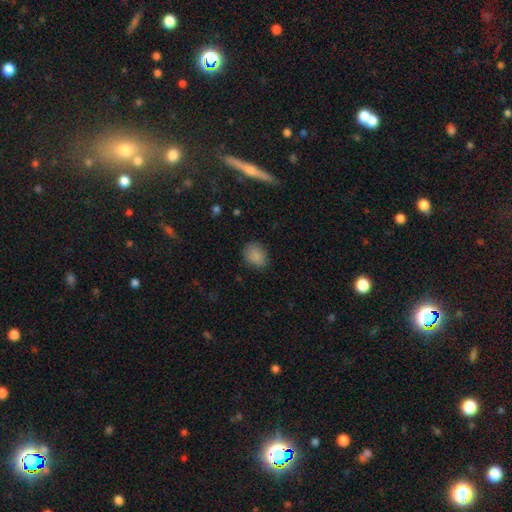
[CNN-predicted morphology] smooth-or-featured: smooth: 86% | star or artifact: 9% | featured or disk: 5%
  how-rounded: in between: 50% | round: 49% | cigar-shaped: 1%
  merging: none: 78% | minor disturbance: 17% | major disturbance: 4% | merger: 1%